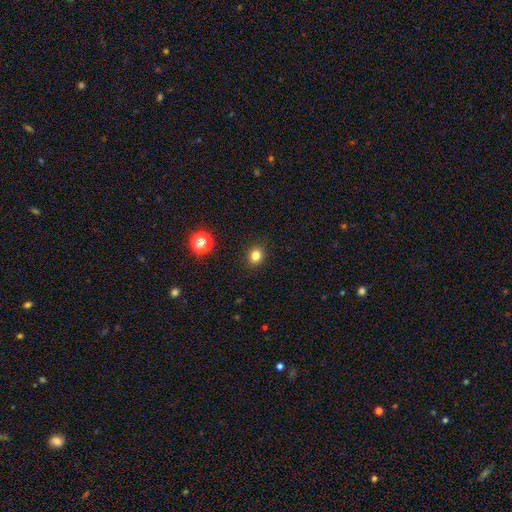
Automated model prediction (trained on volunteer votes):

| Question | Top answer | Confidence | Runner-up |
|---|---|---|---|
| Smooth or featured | smooth | 81% | star or artifact (13%) |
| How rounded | round | 68% | in between (31%) |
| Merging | none | 90% | minor disturbance (7%) |